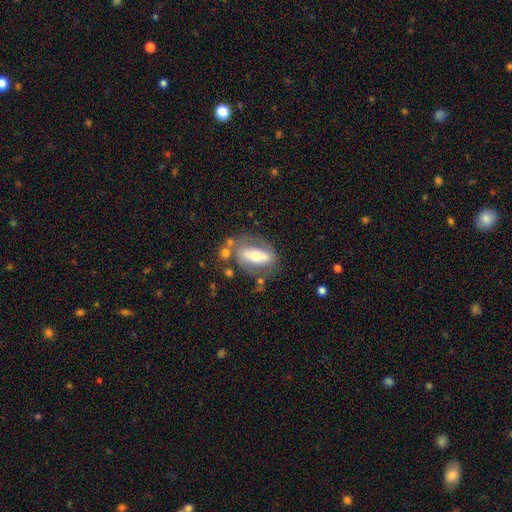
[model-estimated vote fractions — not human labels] Smooth or featured?
  - featured or disk: 56% *
  - smooth: 37%
  - star or artifact: 7%
Edge-on disk?
  - no: 81% *
  - yes: 19%
Merging?
  - none: 59% *
  - minor disturbance: 19%
  - major disturbance: 13%
  - merger: 10%